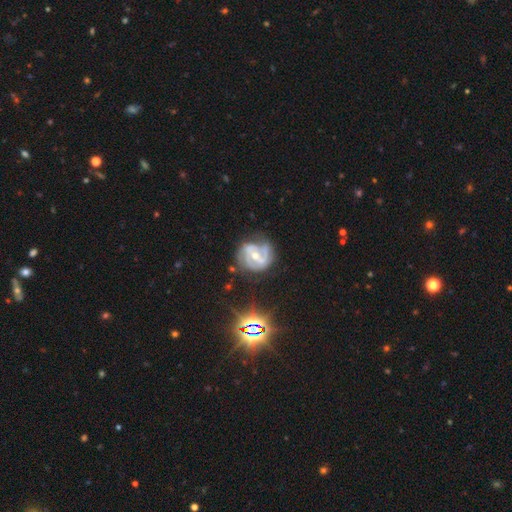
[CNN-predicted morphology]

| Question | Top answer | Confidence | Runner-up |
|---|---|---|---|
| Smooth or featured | featured or disk | 85% | smooth (8%) |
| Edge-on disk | no | 98% | yes (2%) |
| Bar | weak | 42% | strong (32%) |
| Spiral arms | yes | 93% | no (7%) |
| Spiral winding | medium | 43% | tied: tight (43%) |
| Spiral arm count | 2 | 58% | 3 (17%) |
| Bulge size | moderate | 60% | small (37%) |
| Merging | none | 63% | minor disturbance (24%) |